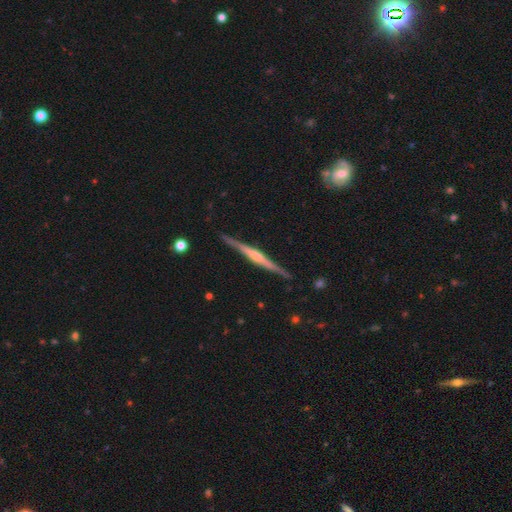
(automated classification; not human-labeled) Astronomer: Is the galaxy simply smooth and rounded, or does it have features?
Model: featured or disk — 84%.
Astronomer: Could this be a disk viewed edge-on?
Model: yes — 98%.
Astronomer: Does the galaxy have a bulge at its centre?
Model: rounded — 70%.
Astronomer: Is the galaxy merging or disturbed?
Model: none — 89%.